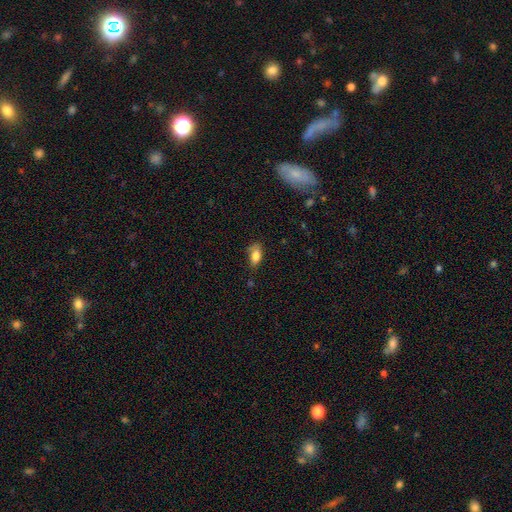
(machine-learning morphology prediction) Smooth or featured? smooth (82%)
How rounded? in between (88%)
Merging? none (60%)